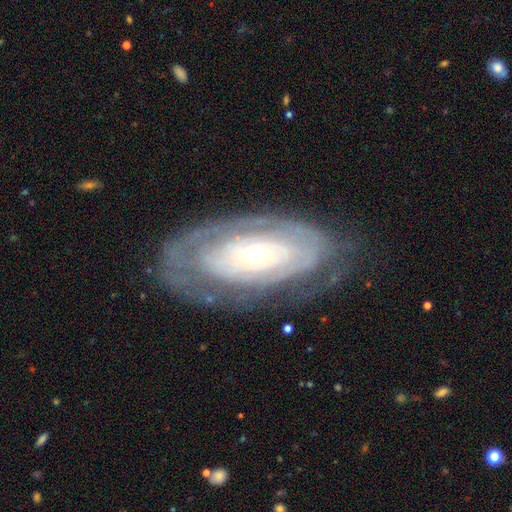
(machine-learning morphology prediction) Smooth or featured: featured or disk — 76% (smooth — 17%)
Edge-on disk: no — 91% (yes — 9%)
Bar: no — 70% (weak — 20%)
Spiral arms: yes — 68% (no — 32%)
Bulge size: small — 65% (moderate — 29%)
Merging: none — 70% (minor disturbance — 18%)